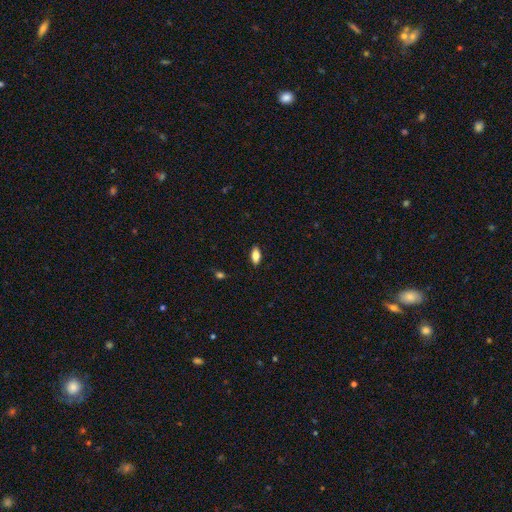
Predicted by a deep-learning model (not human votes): The model was most divided on "smooth or featured": smooth: 79%, featured or disk: 13%, star or artifact: 8%. More confident: merging — none (88%); how rounded — in between (87%).